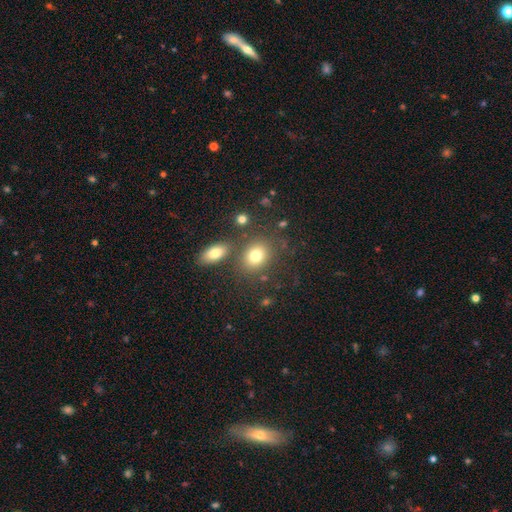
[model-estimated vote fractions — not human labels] The model was most divided on "how rounded": round: 53%, in between: 45%, cigar-shaped: 1%. More confident: smooth or featured — smooth (77%); merging — none (72%).